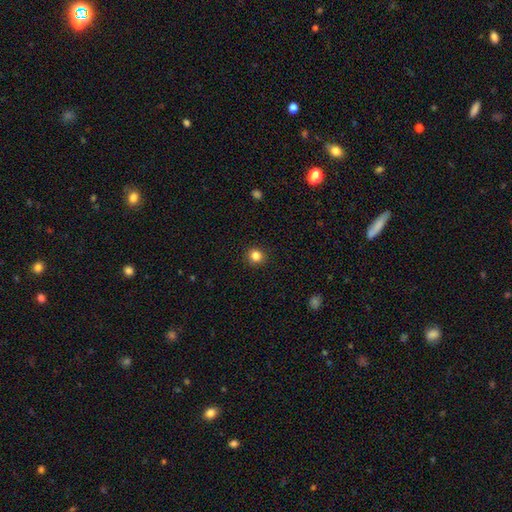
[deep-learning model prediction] Morphology: type=smooth (83%); roundness=round (91%); merging=none (92%).